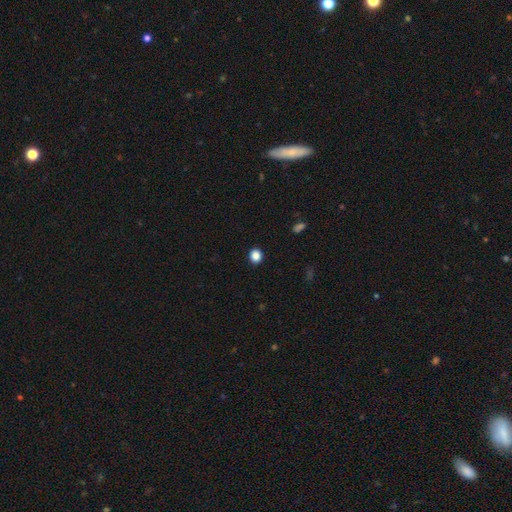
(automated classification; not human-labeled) Smooth or featured?
  - smooth: 86% *
  - star or artifact: 11%
  - featured or disk: 3%
How rounded?
  - round: 80% *
  - in between: 19%
  - cigar-shaped: 1%
Merging?
  - none: 92% *
  - minor disturbance: 5%
  - major disturbance: 2%
  - merger: 1%